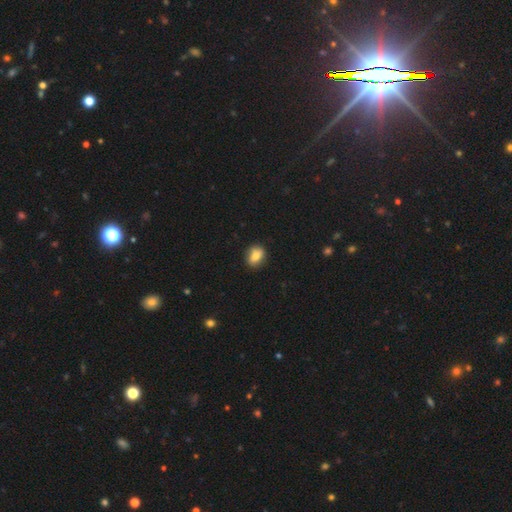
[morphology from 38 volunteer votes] Smooth or featured? 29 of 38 (76%) said smooth. How rounded? 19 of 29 (66%) said round. Merging? 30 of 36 (83%) said none.